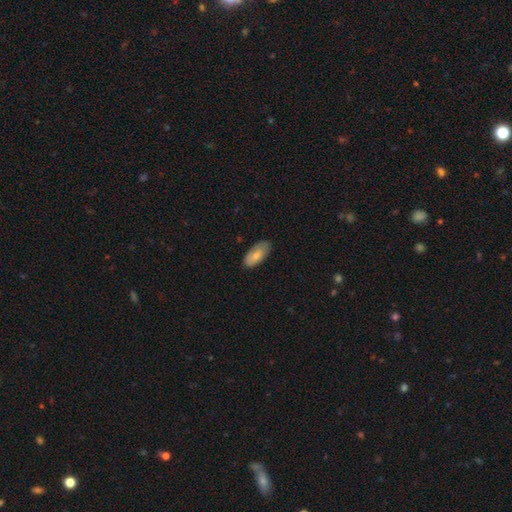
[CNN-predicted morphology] smooth_or_featured: smooth (p=0.77) [alt: featured or disk p=0.17]
how_rounded: in between (p=0.91) [alt: cigar-shaped p=0.07]
merging: none (p=0.80) [alt: minor disturbance p=0.17]